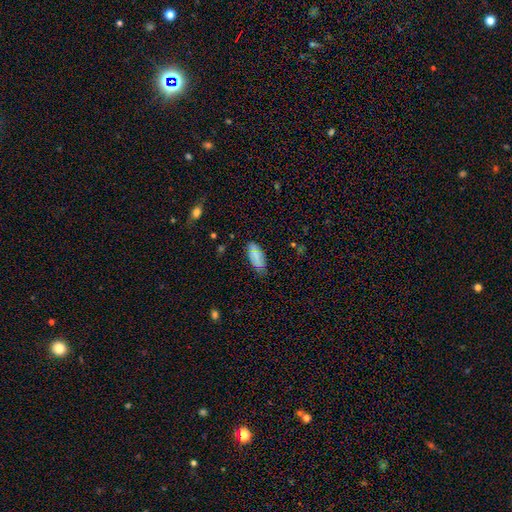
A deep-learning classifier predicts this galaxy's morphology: Smooth or featured? Predicted: smooth (p=0.77). How rounded? Predicted: in between (p=0.88). Merging? Predicted: none (p=0.74).